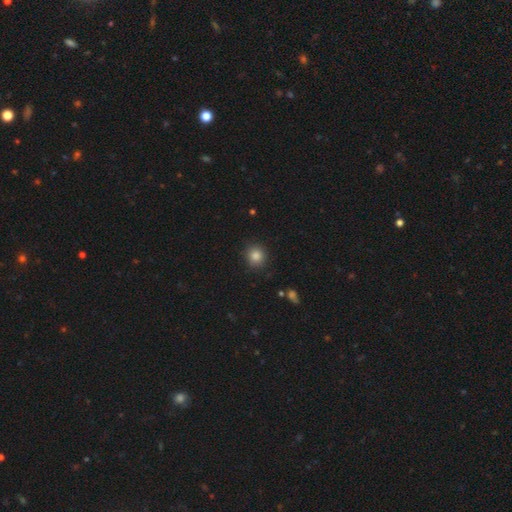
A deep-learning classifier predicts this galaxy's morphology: The model was most divided on "smooth or featured": smooth: 84%, star or artifact: 11%, featured or disk: 5%. More confident: merging — none (89%); how rounded — round (88%).